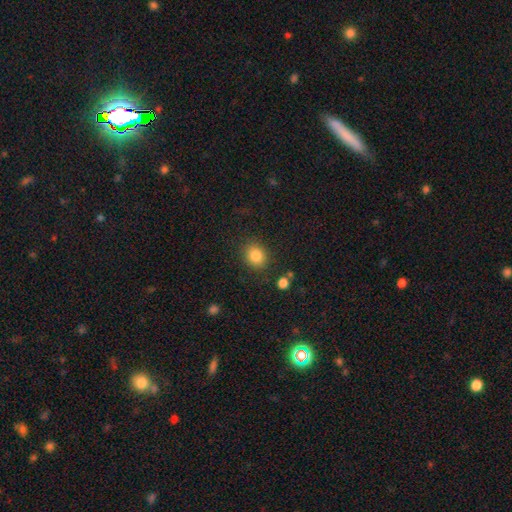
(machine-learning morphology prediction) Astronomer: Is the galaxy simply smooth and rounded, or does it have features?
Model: smooth — 84%.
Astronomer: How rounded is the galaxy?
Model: round — 62% (runner-up: in between, 37%).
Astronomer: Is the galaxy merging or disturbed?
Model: none — 85%.